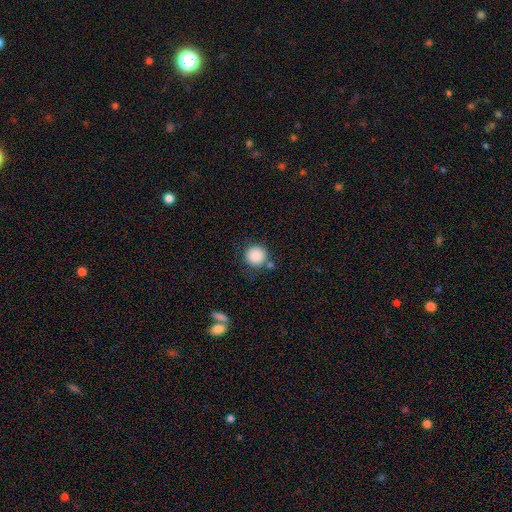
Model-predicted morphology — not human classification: Smooth or featured? smooth (88%)
How rounded? round (94%)
Merging? none (78%)